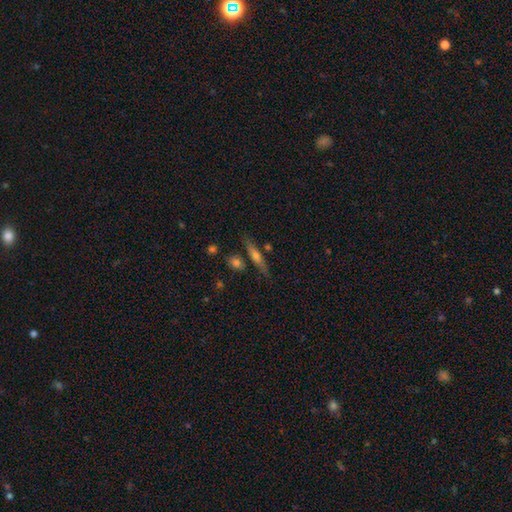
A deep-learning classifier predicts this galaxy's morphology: Smooth or featured? Predicted: featured or disk (p=0.54). Edge-on disk? Predicted: yes (p=0.92). Merging? Predicted: none (p=0.78).